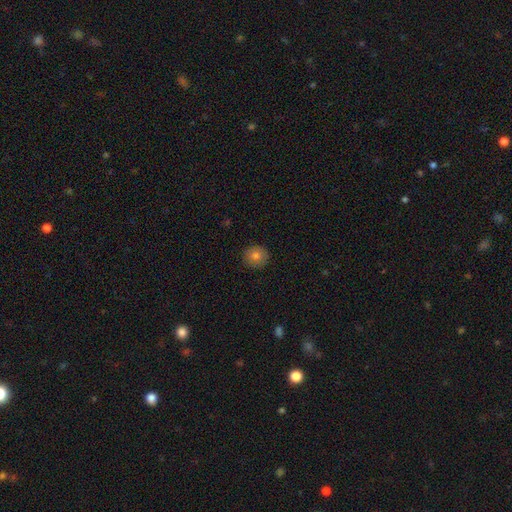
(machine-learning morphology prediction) type=smooth (80%); roundness=round (92%); merging=none (91%).